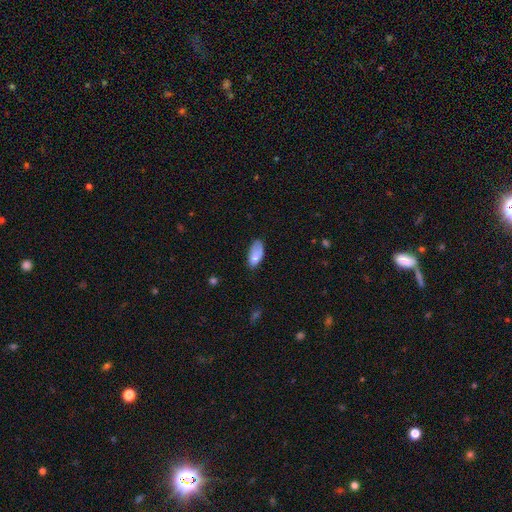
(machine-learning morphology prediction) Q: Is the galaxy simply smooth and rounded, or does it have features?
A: smooth — 81%.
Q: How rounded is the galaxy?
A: in between — 91%.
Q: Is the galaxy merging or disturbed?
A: none — 50%.